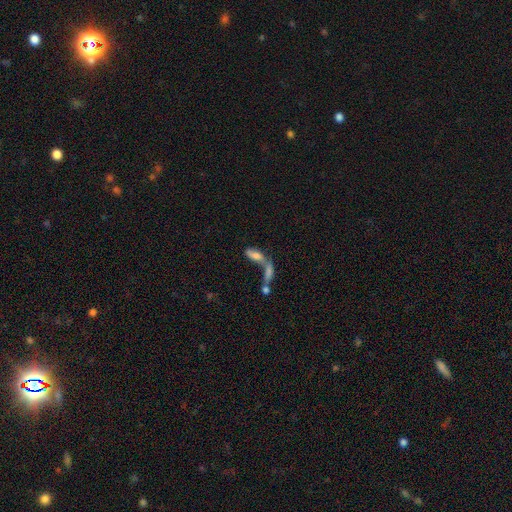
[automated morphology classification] This appears to be a smooth galaxy with no disk features (58%) that is in between round and cigar-shaped (68%). Merging: merger (61%).